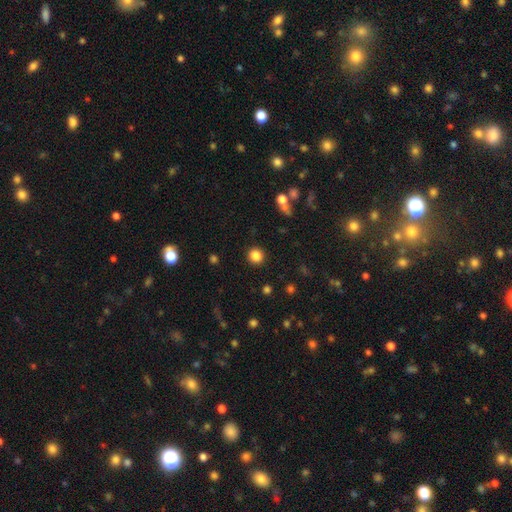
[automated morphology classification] This appears to be a smooth galaxy with no disk features (84%) that is round (93%). Merging: none (92%).